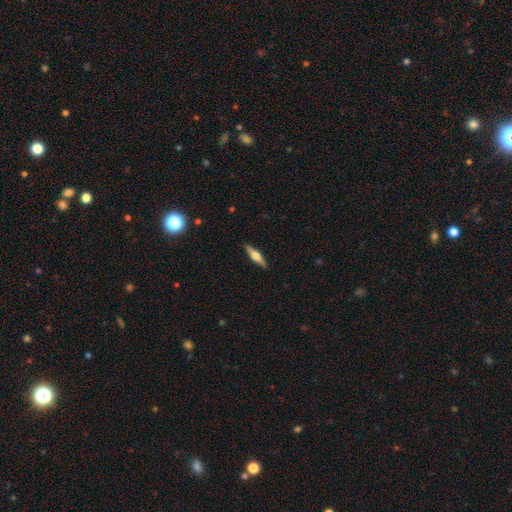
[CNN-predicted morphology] Smooth or featured? featured or disk (57%)
Edge-on disk? yes (96%)
Edge-on bulge? rounded (89%)
Merging? none (90%)